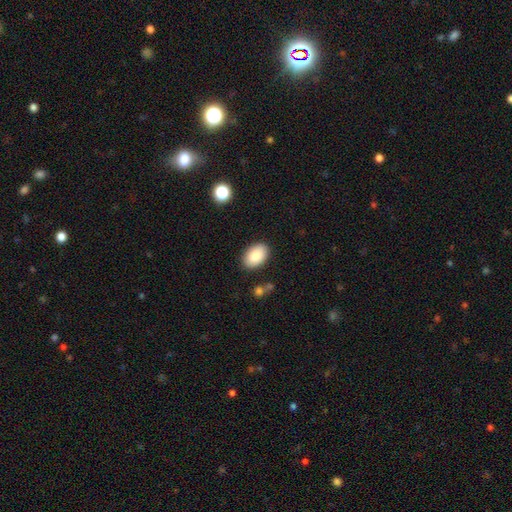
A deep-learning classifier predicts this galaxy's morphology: Smooth or featured?
  - smooth: 86% *
  - featured or disk: 7%
  - star or artifact: 7%
How rounded?
  - in between: 89% *
  - round: 10%
  - cigar-shaped: 1%
Merging?
  - none: 86% *
  - minor disturbance: 10%
  - major disturbance: 2%
  - merger: 2%